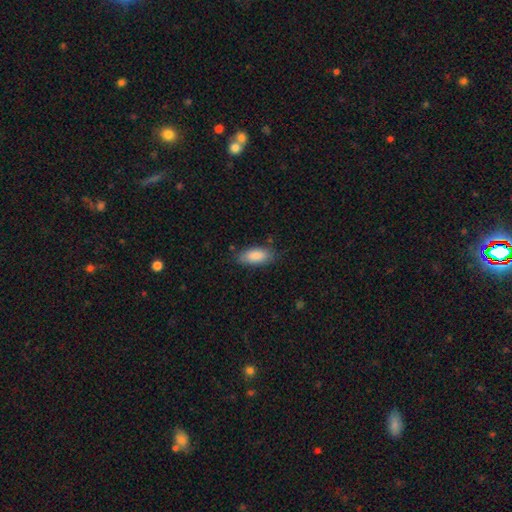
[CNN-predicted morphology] This appears to be a smooth galaxy with no disk features (87%) that is in between round and cigar-shaped (87%). Merging: none (76%).